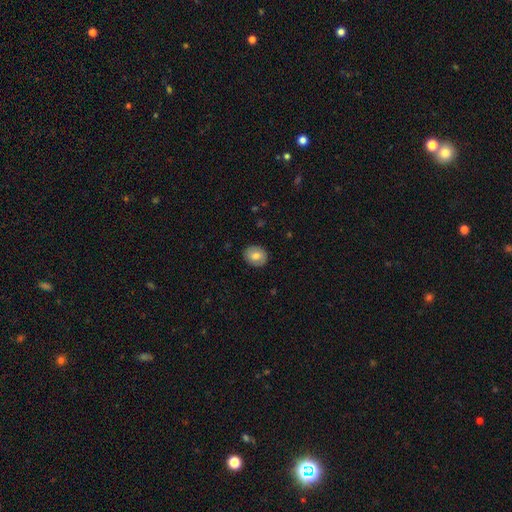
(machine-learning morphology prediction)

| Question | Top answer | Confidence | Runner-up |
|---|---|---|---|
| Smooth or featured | smooth | 74% | featured or disk (18%) |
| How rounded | round | 58% | in between (41%) |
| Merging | none | 88% | minor disturbance (9%) |